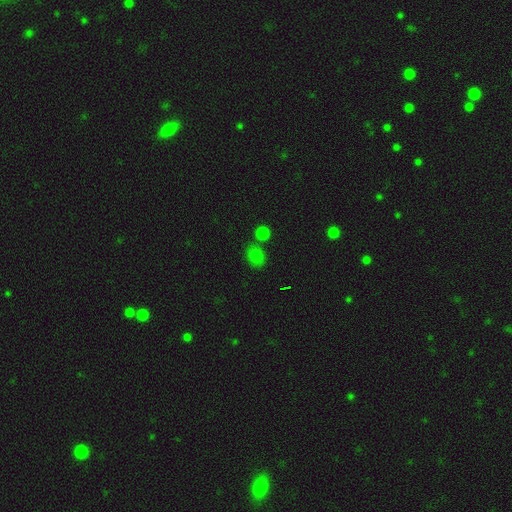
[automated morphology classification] type=smooth (76%); roundness=round (64%); merging=none (68%).